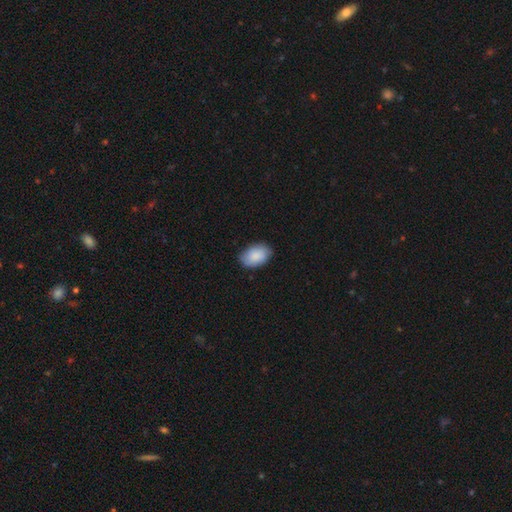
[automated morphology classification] Smooth or featured? Predicted: smooth (p=0.89). How rounded? Predicted: in between (p=0.90). Merging? Predicted: none (p=0.83).